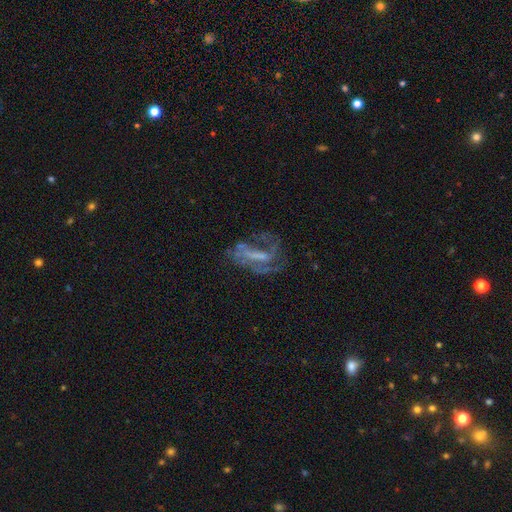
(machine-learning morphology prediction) Overall: featured or disk (69%). Edge-on disk: no (92%). Bar: weak (34%; strong 33%). Spiral arms: yes (65%; no 35%). Bulge size: none (52%; small 23%). Merging: none (39%; major disturbance 38%).